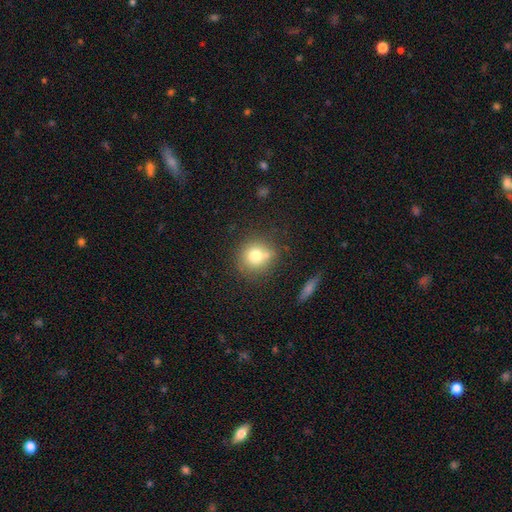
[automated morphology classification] A smooth galaxy with no disk features (74%) that is round (88%). Merging: none (69%).